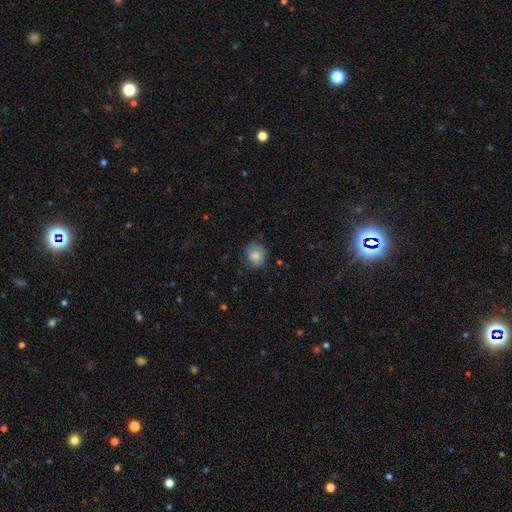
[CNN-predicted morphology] Smooth or featured? Predicted: smooth (p=0.77). How rounded? Predicted: round (p=0.70). Merging? Predicted: none (p=0.68).